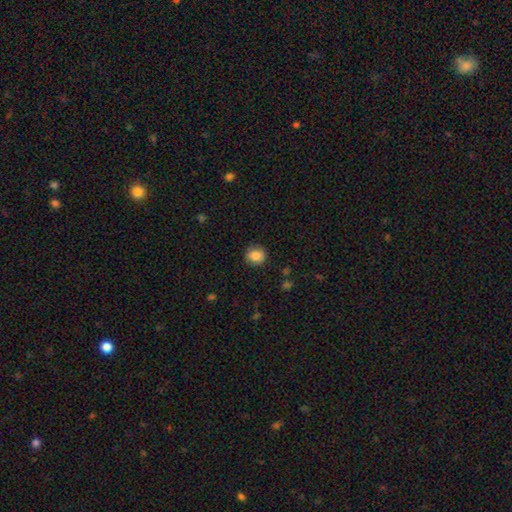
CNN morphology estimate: The model was most divided on "how rounded": round: 82%, in between: 17%, cigar-shaped: 1%. More confident: smooth or featured — smooth (86%); merging — none (86%).